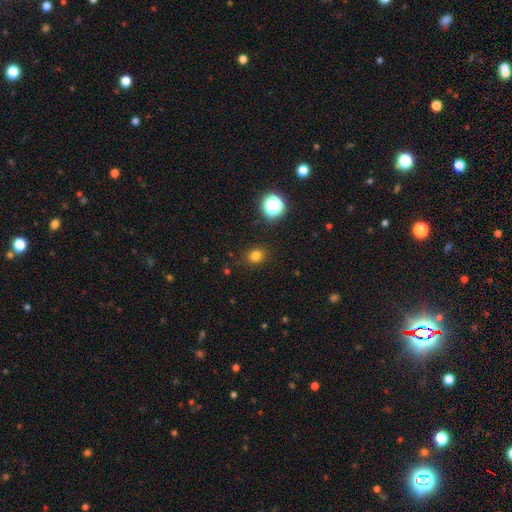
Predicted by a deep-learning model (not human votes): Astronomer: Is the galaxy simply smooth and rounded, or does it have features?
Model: smooth — 79%.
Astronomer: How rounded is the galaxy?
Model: round — 73%.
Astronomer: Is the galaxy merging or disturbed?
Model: none — 89%.